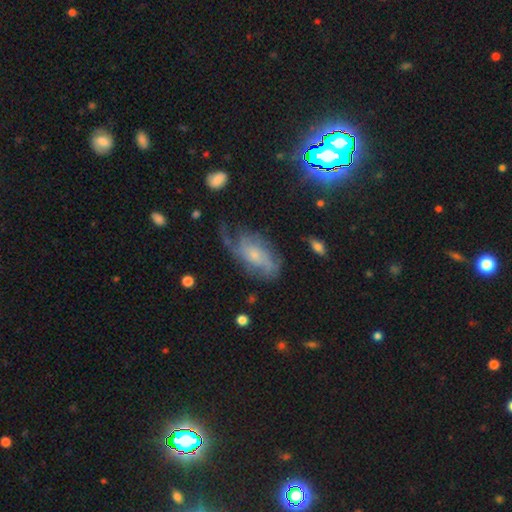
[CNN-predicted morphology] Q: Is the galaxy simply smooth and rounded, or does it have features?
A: featured or disk — 69%.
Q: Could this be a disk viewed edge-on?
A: no — 94%.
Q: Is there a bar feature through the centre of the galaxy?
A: no — 70%.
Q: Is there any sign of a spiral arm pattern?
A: yes — 87%.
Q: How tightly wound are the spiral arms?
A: medium — 40%.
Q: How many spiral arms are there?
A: can't tell — 35%, tied with 2.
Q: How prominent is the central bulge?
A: small — 65%.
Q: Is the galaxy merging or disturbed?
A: none — 47%.